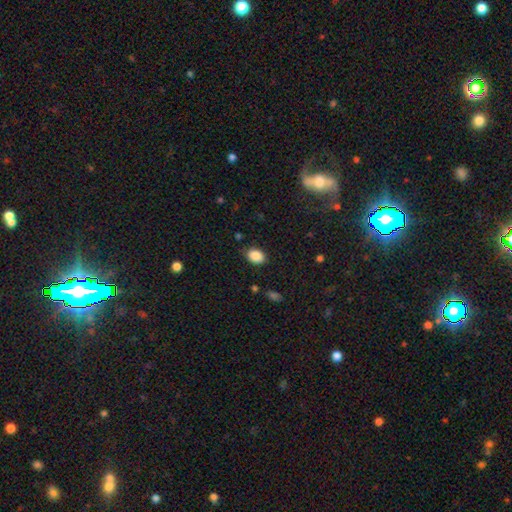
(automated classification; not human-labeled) smooth-or-featured: smooth: 88% | star or artifact: 8% | featured or disk: 4%
  how-rounded: in between: 78% | round: 21% | cigar-shaped: 1%
  merging: none: 81% | minor disturbance: 14% | major disturbance: 3% | merger: 1%